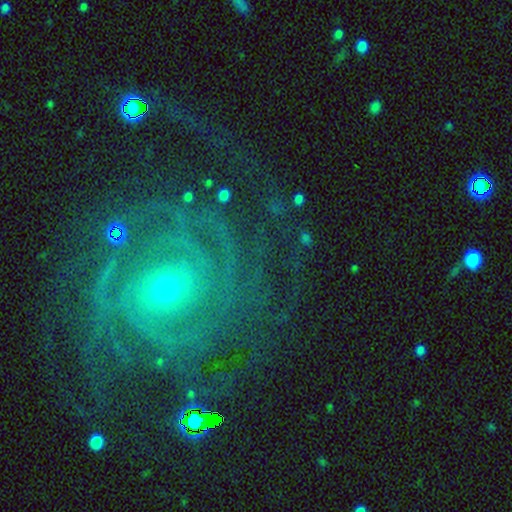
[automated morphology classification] Smooth or featured? featured or disk (85%)
Edge-on disk? no (97%)
Bar? weak (44%)
Spiral arms? yes (97%)
Spiral winding? tight (69%)
Spiral arm count? can't tell (28%)
Bulge size? small (73%)
Merging? none (68%)